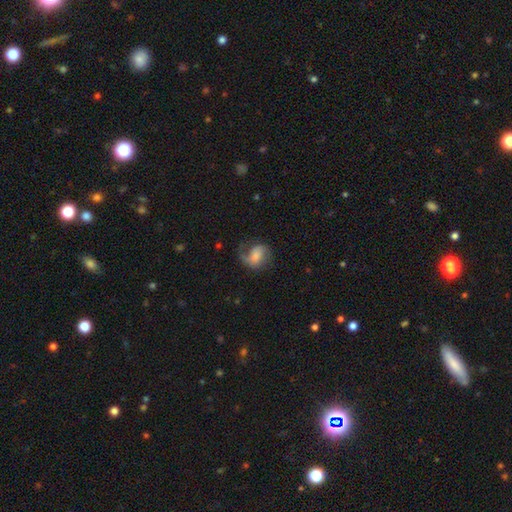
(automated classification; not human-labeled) Overall: featured or disk (57%; smooth 35%). Edge-on disk: no (97%). Bar: no (47%; weak 38%). Spiral arms: yes (89%). Bulge size: small (31%; moderate 30%). Merging: none (52%; major disturbance 24%).